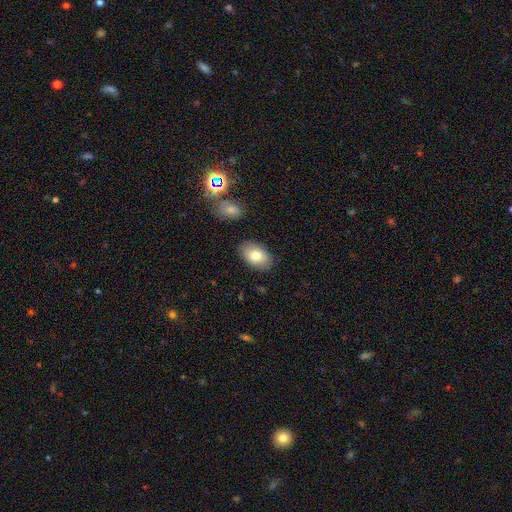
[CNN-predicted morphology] Smooth or featured? Predicted: smooth (p=0.76). How rounded? Predicted: in between (p=0.90). Merging? Predicted: none (p=0.86).